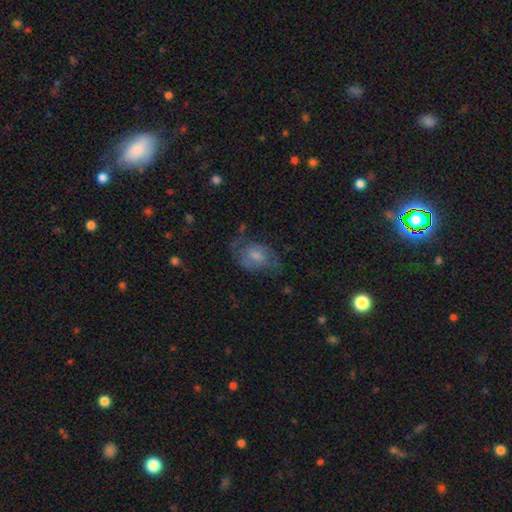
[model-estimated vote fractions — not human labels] This is possibly a featured or disk galaxy (50%). It is clearly not viewed edge-on (96%). Merging: possibly none (46%).